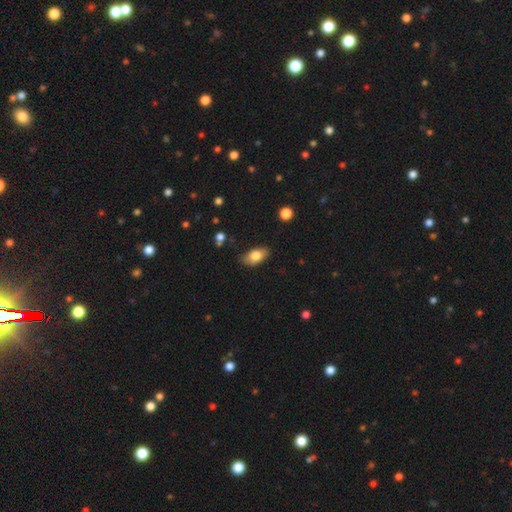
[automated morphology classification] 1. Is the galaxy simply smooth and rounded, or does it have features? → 81% smooth, 12% featured or disk, 7% star or artifact.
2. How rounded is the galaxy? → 91% in between, 5% round, 4% cigar-shaped.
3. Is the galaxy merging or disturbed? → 81% none, 15% minor disturbance, 3% major disturbance, 2% merger.